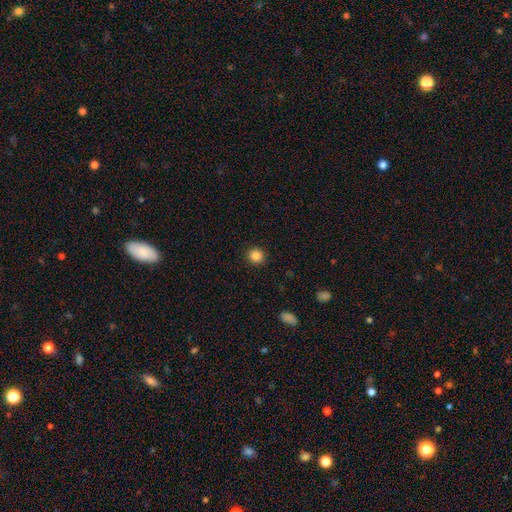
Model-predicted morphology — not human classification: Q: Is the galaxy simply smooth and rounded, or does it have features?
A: smooth — 86%.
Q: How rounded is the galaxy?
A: round — 93%.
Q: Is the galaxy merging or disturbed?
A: none — 92%.